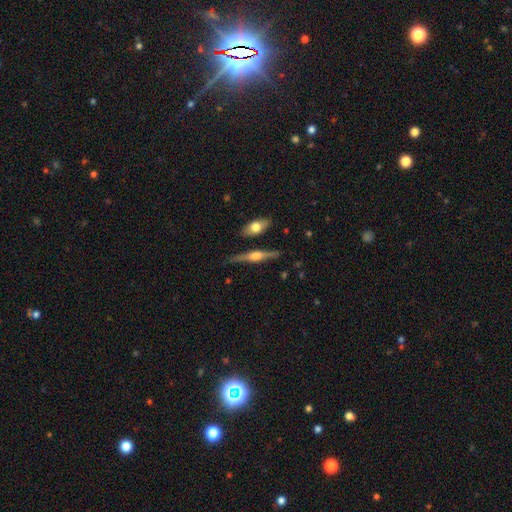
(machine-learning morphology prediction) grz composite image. It shows a featured or disk galaxy (73%) viewed edge-on (97%) with a rounded central bulge (88%). Merging: none (80%).